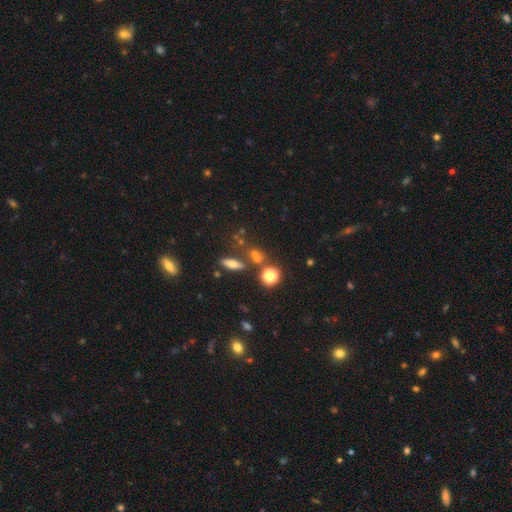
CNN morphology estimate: Smooth or featured?
  - smooth: 51% *
  - star or artifact: 29%
  - featured or disk: 21%
How rounded?
  - round: 40% *
  - in between: 35%
  - cigar-shaped: 24%
Merging?
  - none: 66% *
  - merger: 18%
  - minor disturbance: 11%
  - major disturbance: 5%